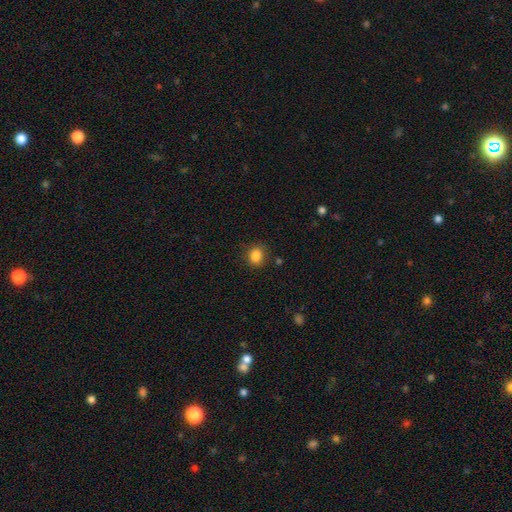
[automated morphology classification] Smooth or featured? Predicted: smooth (p=0.86). How rounded? Predicted: round (p=0.54). Merging? Predicted: none (p=0.80).